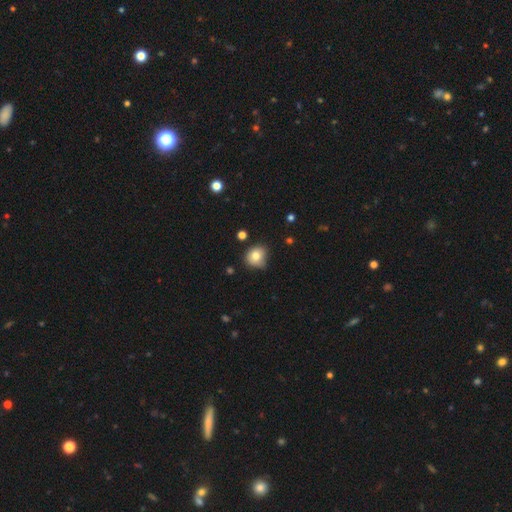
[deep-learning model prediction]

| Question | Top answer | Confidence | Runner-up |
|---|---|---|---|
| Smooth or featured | smooth | 78% | star or artifact (11%) |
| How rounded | round | 79% | in between (20%) |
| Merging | none | 64% | minor disturbance (27%) |